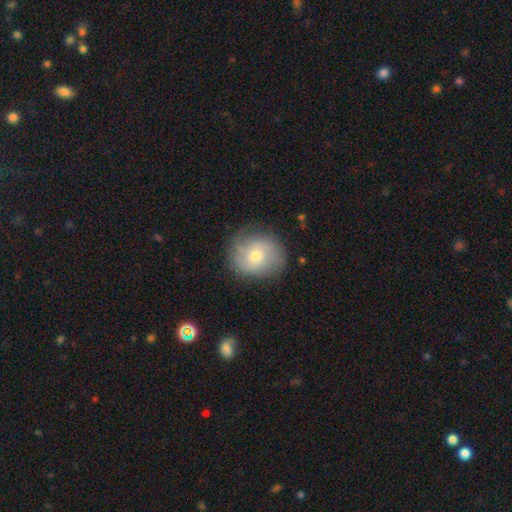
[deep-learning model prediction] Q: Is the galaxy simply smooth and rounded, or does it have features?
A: featured or disk — 50%.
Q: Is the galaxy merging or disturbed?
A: none — 77%.